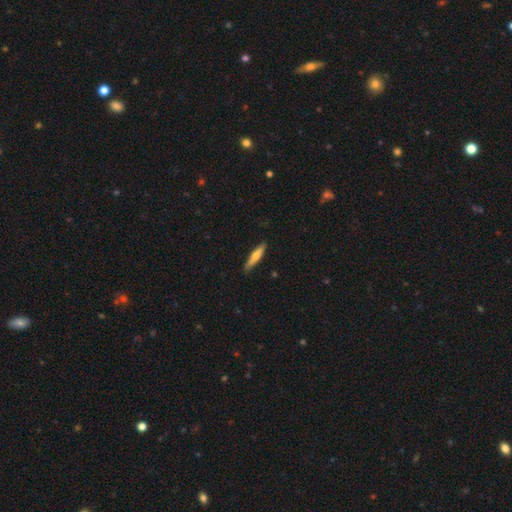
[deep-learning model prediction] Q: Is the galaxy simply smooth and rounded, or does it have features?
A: smooth — 55%.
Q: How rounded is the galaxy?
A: cigar-shaped — 85%.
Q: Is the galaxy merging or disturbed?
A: none — 86%.